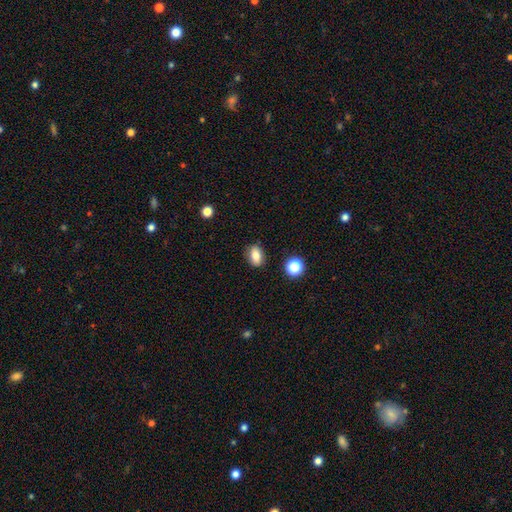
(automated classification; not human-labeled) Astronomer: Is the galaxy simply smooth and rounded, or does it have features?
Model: smooth — 80%.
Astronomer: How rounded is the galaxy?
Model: in between — 78%.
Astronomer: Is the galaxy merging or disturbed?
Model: none — 86%.